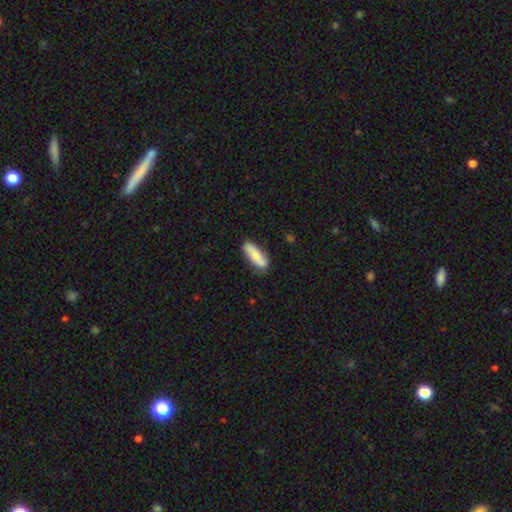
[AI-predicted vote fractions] Smooth or featured?
  - smooth: 67% *
  - featured or disk: 27%
  - star or artifact: 6%
How rounded?
  - in between: 56% *
  - cigar-shaped: 41%
  - round: 2%
Merging?
  - none: 71% *
  - minor disturbance: 21%
  - merger: 4%
  - major disturbance: 4%